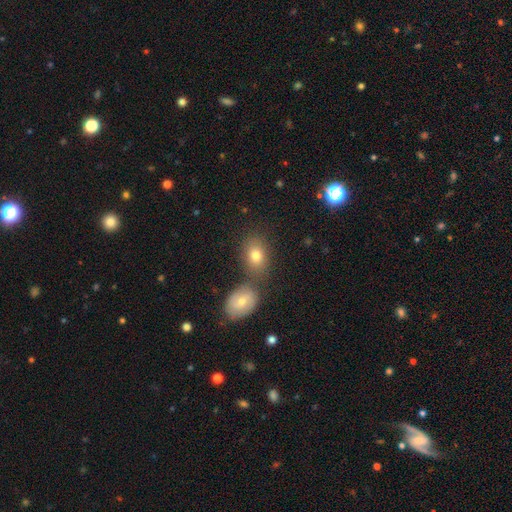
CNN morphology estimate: Smooth or featured: smooth — 77% (featured or disk — 13%)
How rounded: in between — 73% (round — 25%)
Merging: none — 61% (merger — 24%)